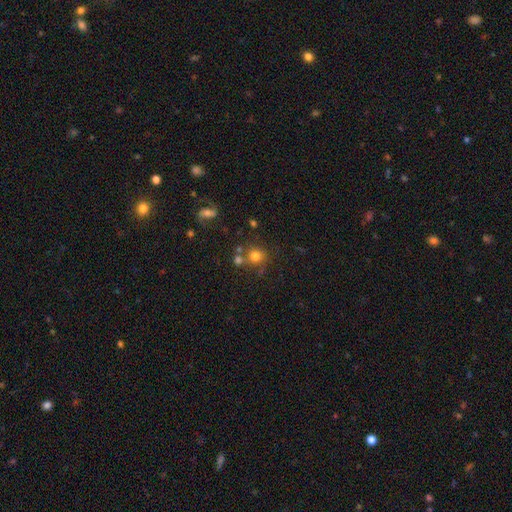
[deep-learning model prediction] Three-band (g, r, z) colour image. It shows a smooth galaxy with no disk features (74%) that is round (85%). Merging: none (61%).